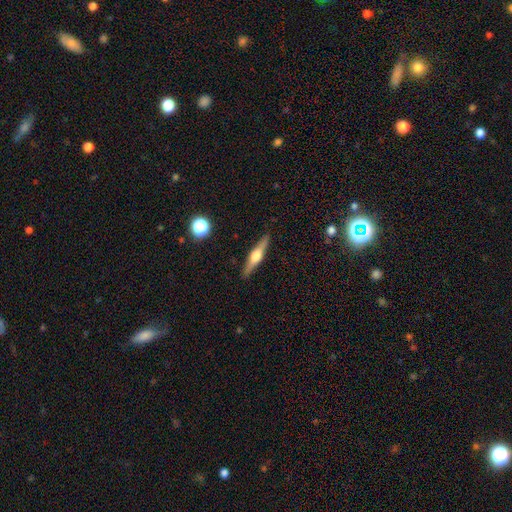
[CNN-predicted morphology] Smooth or featured?
  - featured or disk: 68% *
  - smooth: 26%
  - star or artifact: 6%
Edge-on disk?
  - yes: 97% *
  - no: 3%
Edge-on bulge?
  - rounded: 93% *
  - boxy: 5%
  - none: 2%
Merging?
  - none: 90% *
  - minor disturbance: 7%
  - major disturbance: 2%
  - merger: 1%